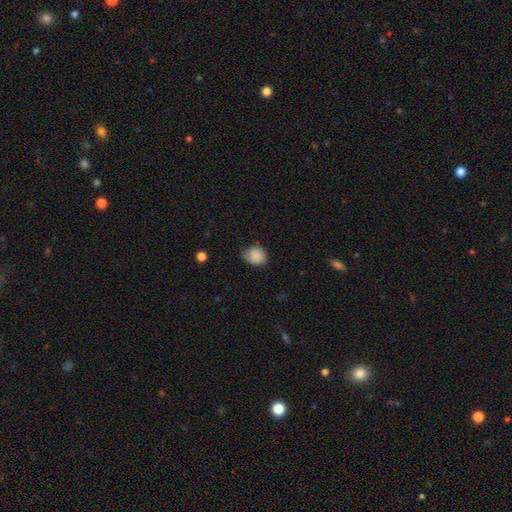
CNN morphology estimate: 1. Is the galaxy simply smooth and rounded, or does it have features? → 83% smooth, 9% featured or disk, 8% star or artifact.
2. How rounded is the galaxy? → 57% round, 42% in between, 1% cigar-shaped.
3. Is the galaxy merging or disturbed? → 58% none, 33% minor disturbance, 8% major disturbance, 1% merger.